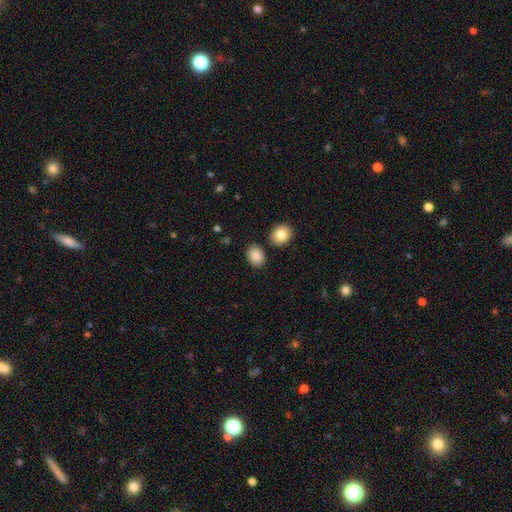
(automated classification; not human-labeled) Smooth or featured: smooth — 88% (star or artifact — 8%)
How rounded: in between — 57% (round — 42%)
Merging: none — 83% (minor disturbance — 9%)